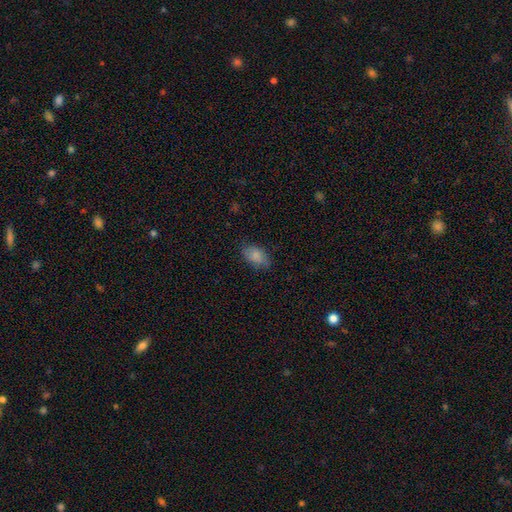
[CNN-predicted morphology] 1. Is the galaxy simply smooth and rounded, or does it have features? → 84% smooth, 9% featured or disk, 7% star or artifact.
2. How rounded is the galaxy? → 90% in between, 8% round, 2% cigar-shaped.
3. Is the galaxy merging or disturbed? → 77% none, 18% minor disturbance, 4% major disturbance, 1% merger.